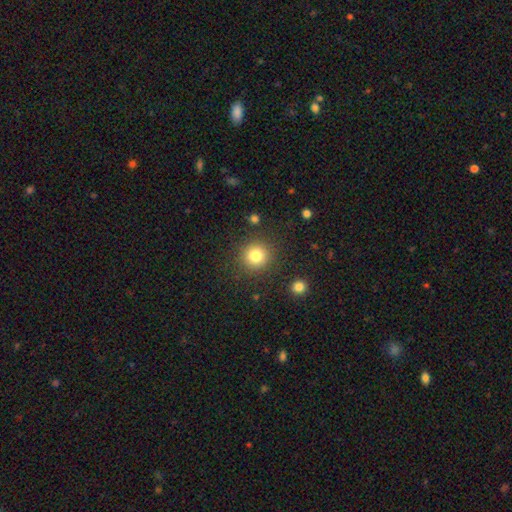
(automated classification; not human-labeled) A smooth galaxy with no disk features (81%) that is round (93%).

Vote fractions:
- Smooth or featured? smooth: 81% / star or artifact: 12% / featured or disk: 7%
- How rounded? round: 93% / in between: 6% / cigar-shaped: 1%
- Merging? none: 88% / minor disturbance: 7% / major disturbance: 3% / merger: 2%